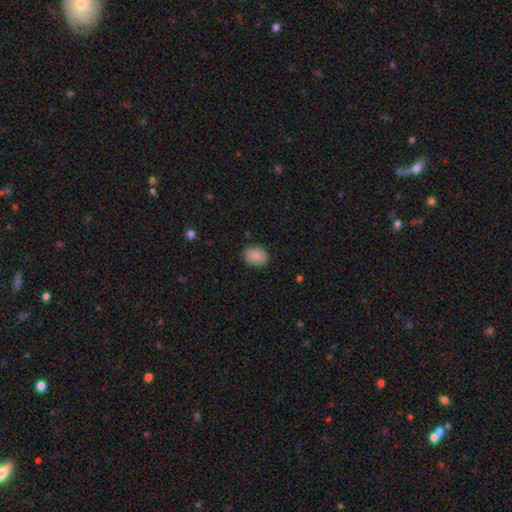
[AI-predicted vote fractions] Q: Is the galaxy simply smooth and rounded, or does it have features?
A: smooth — 87%.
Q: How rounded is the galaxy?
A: in between — 55%.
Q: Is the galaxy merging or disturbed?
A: none — 87%.